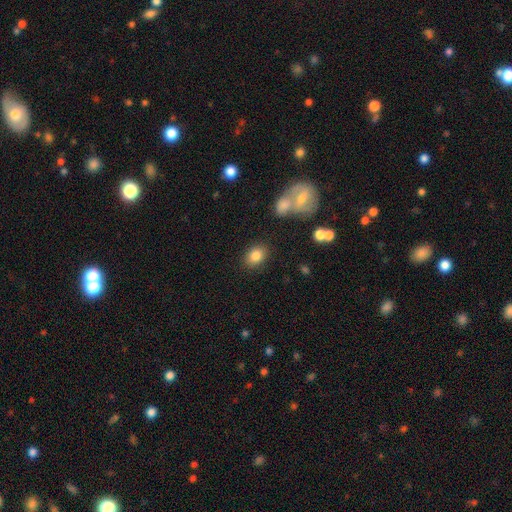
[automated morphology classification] The model was most divided on "how rounded": in between: 67%, round: 32%, cigar-shaped: 1%. More confident: merging — none (84%); smooth or featured — smooth (84%).